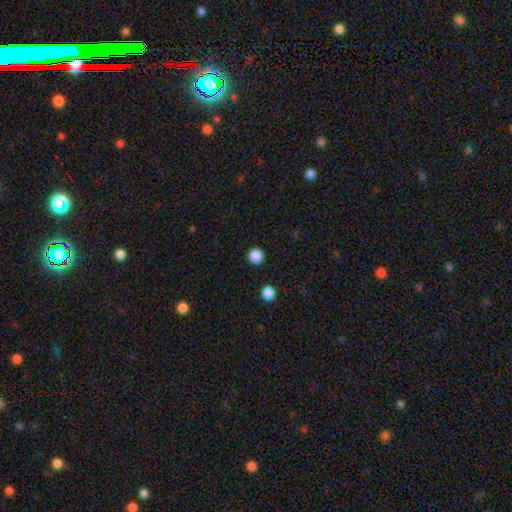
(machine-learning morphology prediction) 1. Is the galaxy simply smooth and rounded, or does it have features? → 87% smooth, 11% star or artifact, 2% featured or disk.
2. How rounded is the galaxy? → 96% round, 3% in between, 1% cigar-shaped.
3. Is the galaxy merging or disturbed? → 93% none, 4% minor disturbance, 2% major disturbance, 1% merger.